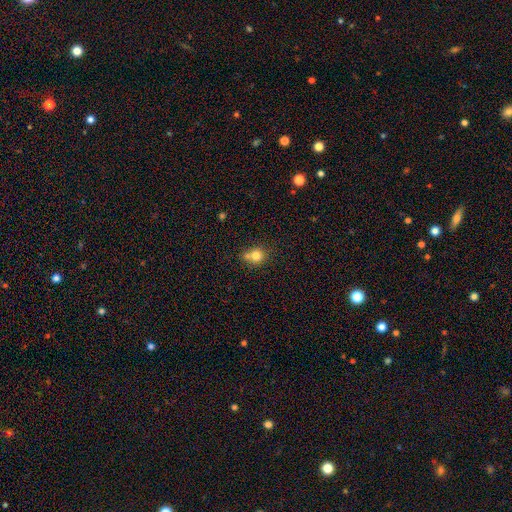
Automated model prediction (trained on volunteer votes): smooth 78%, star or artifact 12%, featured or disk 11%. Down the decision tree: how rounded — round (80%); merging — none (49%).